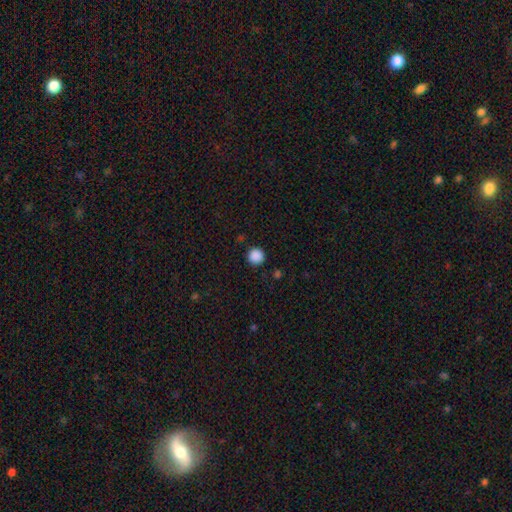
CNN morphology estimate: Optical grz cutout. It shows a smooth galaxy with no disk features (88%) that is round (95%). Merging: none (91%).